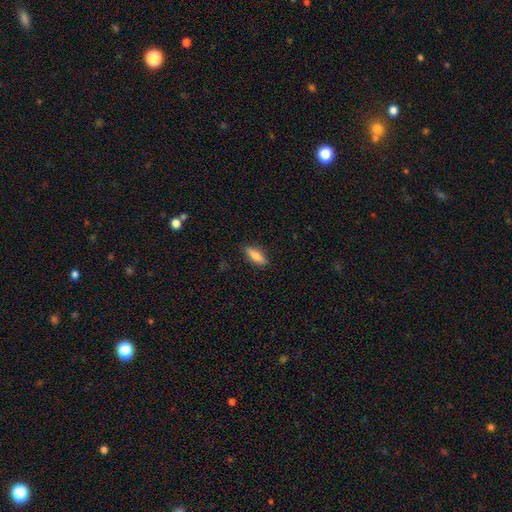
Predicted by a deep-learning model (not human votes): smooth-or-featured: smooth: 78% | featured or disk: 16% | star or artifact: 6%
  how-rounded: in between: 62% | cigar-shaped: 36% | round: 2%
  merging: none: 85% | minor disturbance: 12% | major disturbance: 2% | merger: 1%